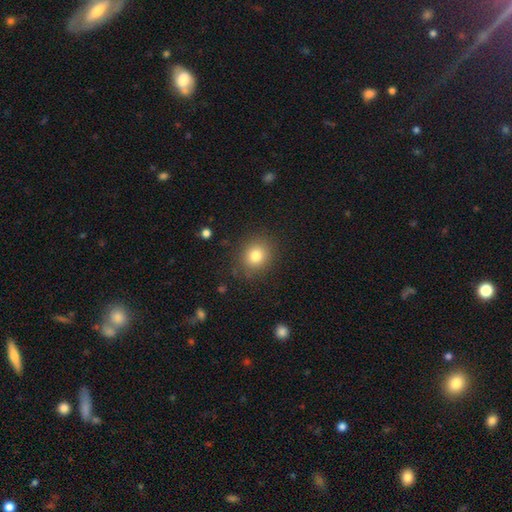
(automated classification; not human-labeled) Smooth or featured? smooth (81%)
How rounded? round (73%)
Merging? none (86%)